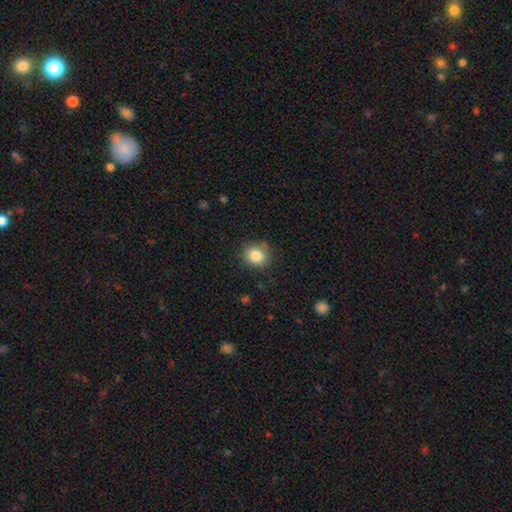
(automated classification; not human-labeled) This appears to be a smooth galaxy with no disk features (84%) that is round (79%). Merging: none (83%).